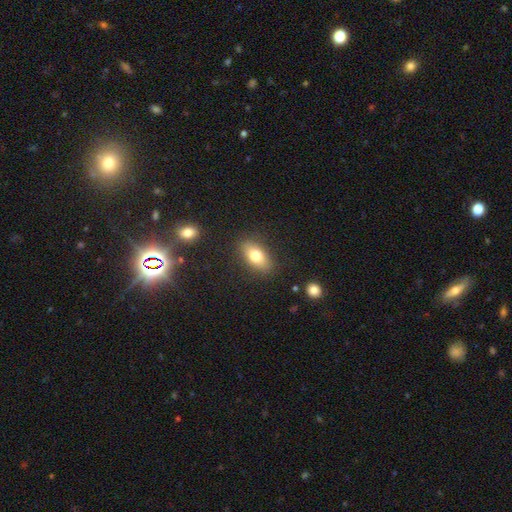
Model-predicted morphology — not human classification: The model was most divided on "smooth or featured": smooth: 76%, featured or disk: 16%, star or artifact: 8%. More confident: how rounded — in between (85%); merging — none (85%).